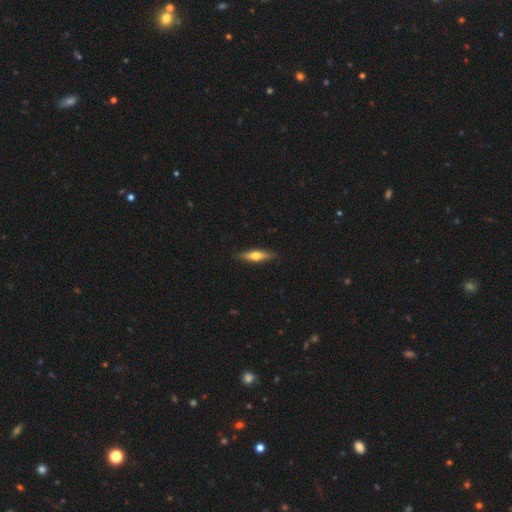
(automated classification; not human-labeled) Morphology: type=smooth (51%); roundness=cigar-shaped (68%); merging=none (87%).